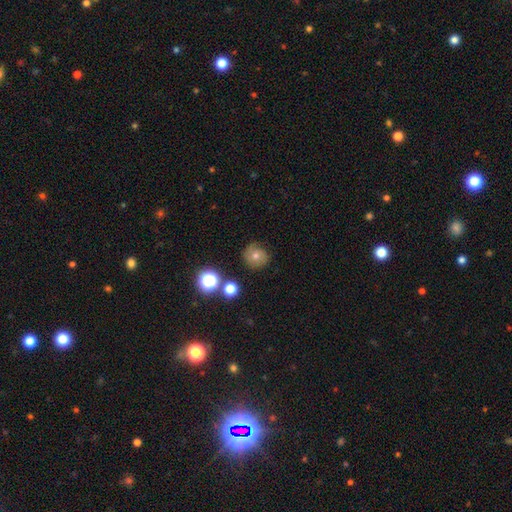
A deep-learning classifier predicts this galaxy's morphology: smooth 58%, featured or disk 25%, star or artifact 17%. Down the decision tree: how rounded — round (89%); merging — none (74%).